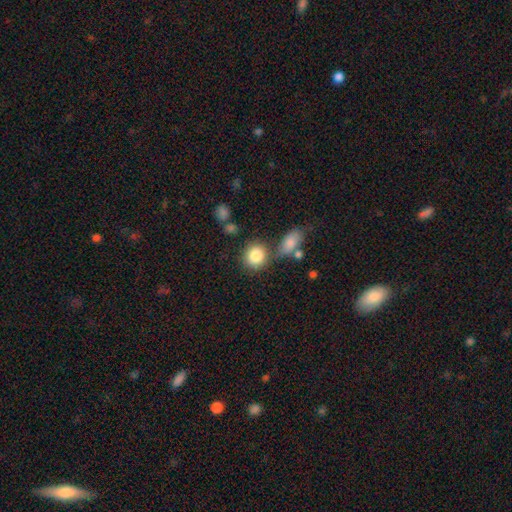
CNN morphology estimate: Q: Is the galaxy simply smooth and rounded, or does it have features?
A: smooth — 84%.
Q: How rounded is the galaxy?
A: round — 83%.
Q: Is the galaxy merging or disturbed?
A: none — 69%.